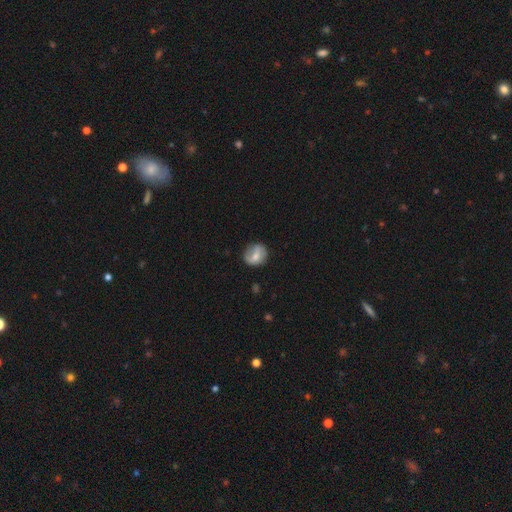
smooth_or_featured: smooth (p=0.59) [alt: featured or disk p=0.31]
how_rounded: round (p=0.83) [alt: in between p=0.17]
merging: none (p=0.71) [alt: minor disturbance p=0.17]